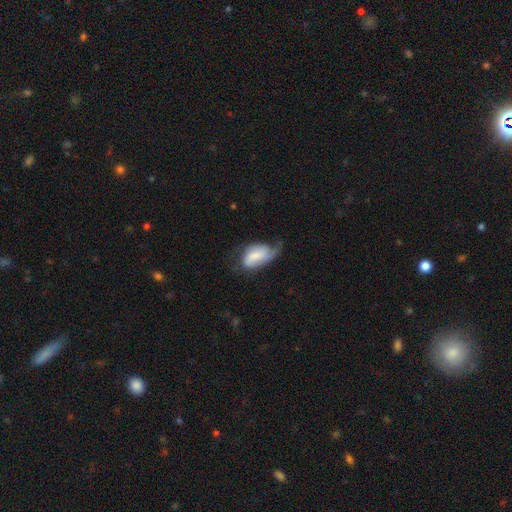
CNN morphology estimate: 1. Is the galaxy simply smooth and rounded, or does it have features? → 51% smooth, 42% featured or disk, 7% star or artifact.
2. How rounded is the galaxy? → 91% in between, 5% round, 4% cigar-shaped.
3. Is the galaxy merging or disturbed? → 36% major disturbance, 34% minor disturbance, 27% none, 3% merger.